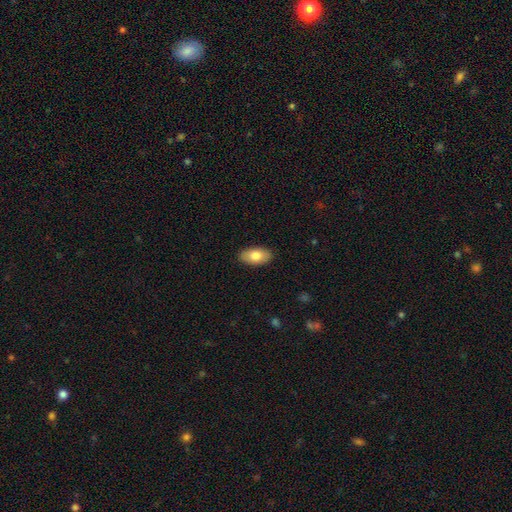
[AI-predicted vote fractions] Smooth or featured: smooth — 79% (featured or disk — 14%)
How rounded: in between — 94% (round — 3%)
Merging: none — 89% (minor disturbance — 8%)